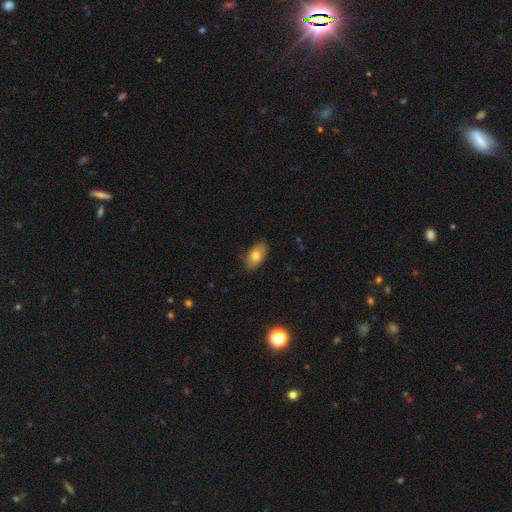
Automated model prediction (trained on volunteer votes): smooth_or_featured: smooth (p=0.75) [alt: featured or disk p=0.17]
how_rounded: in between (p=0.91) [alt: round p=0.06]
merging: none (p=0.85) [alt: minor disturbance p=0.12]